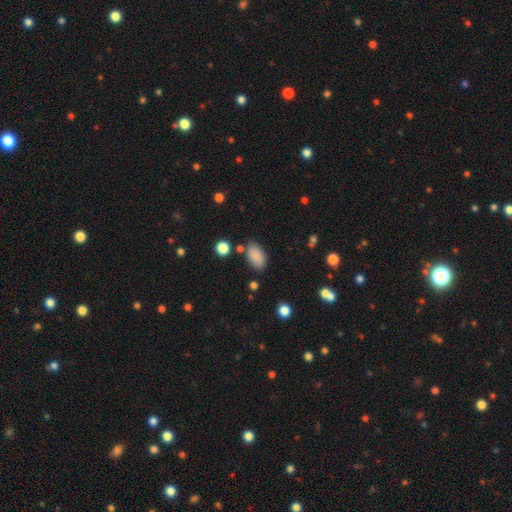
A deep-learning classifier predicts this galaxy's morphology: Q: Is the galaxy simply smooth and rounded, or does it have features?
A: smooth — 87%.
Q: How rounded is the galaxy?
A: in between — 93%.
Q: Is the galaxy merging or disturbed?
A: none — 79%.